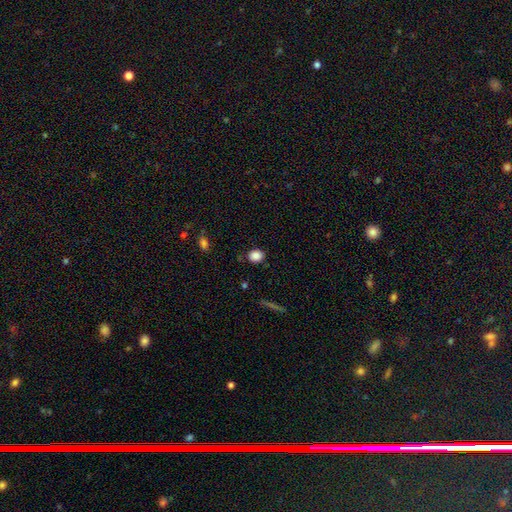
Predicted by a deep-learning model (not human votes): This appears to be a smooth galaxy with no disk features (87%) that is round (67%). Merging: none (86%).